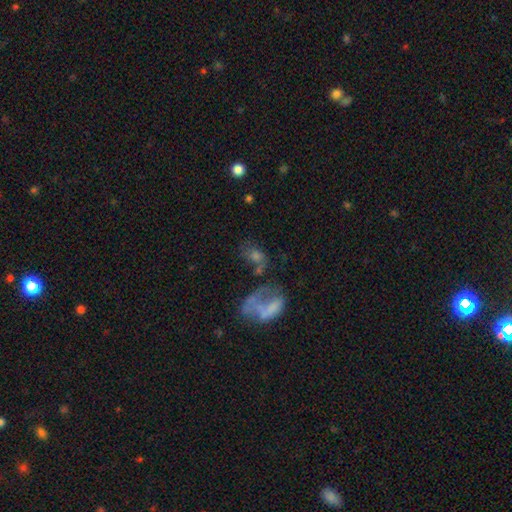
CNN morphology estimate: smooth 48%, featured or disk 33%, star or artifact 19%. Down the decision tree: merging — none (33%).